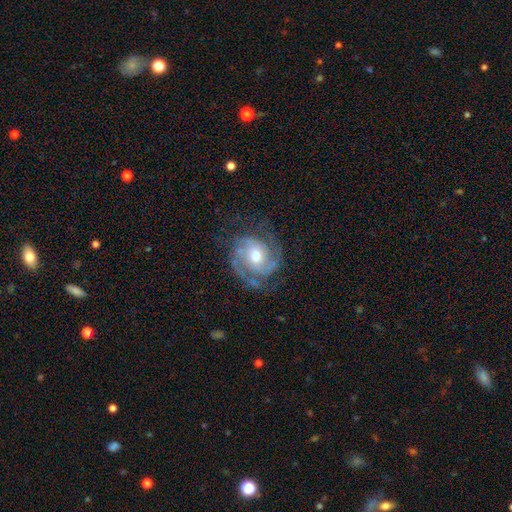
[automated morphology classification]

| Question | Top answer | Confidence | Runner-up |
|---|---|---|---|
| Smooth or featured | featured or disk | 87% | smooth (8%) |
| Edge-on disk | no | 98% | yes (2%) |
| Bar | no | 62% | weak (31%) |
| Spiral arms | yes | 96% | no (4%) |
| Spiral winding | tight | 45% | medium (43%) |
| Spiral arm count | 2 | 57% | 3 (19%) |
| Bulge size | moderate | 69% | small (21%) |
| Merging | none | 68% | minor disturbance (19%) |